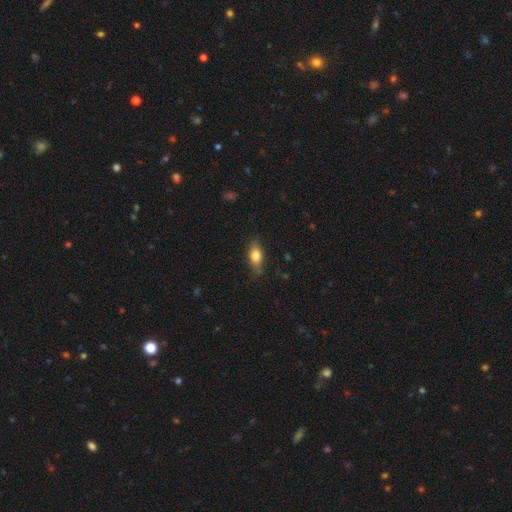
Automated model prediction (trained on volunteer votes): This is likely a smooth galaxy (78%). How rounded: clearly in between (80%). Merging: likely none (77%).